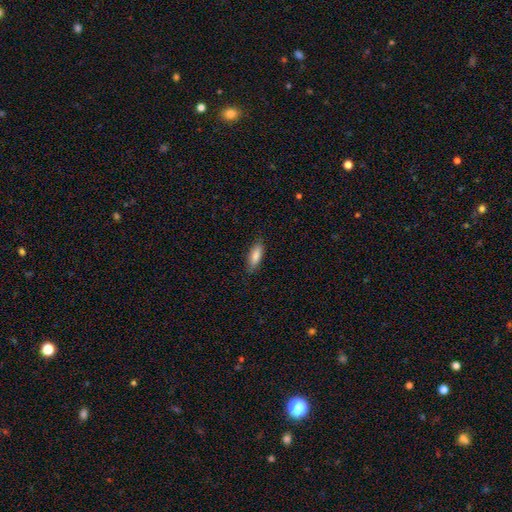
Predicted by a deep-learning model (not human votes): smooth 86%, featured or disk 9%, star or artifact 6%. Down the decision tree: how rounded — in between (66%); merging — none (84%).